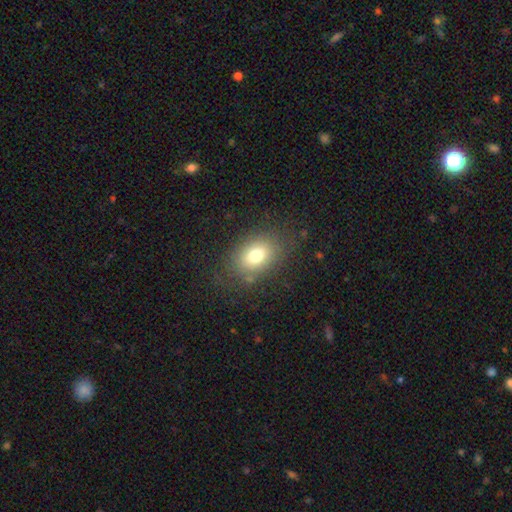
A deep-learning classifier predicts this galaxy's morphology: This is likely a smooth galaxy (75%). How rounded: likely in between (76%). Merging: likely none (78%).